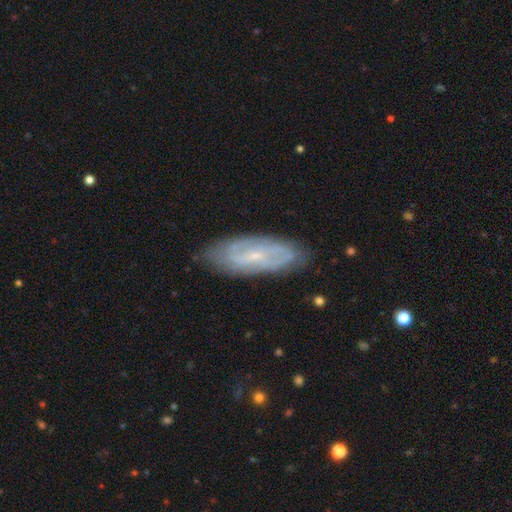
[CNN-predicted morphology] smooth-or-featured: featured or disk: 70% | smooth: 23% | star or artifact: 7%
  disk-edge-on: no: 85% | yes: 15%
    bar: weak: 43% (tied) | no: 43% (tied) | strong: 14%
    has-spiral-arms: yes: 80% | no: 20%
    bulge-size: small: 78% | moderate: 16% | none: 4% | large: 1% | dominant: 1%
  merging: none: 80% | minor disturbance: 16% | major disturbance: 3% | merger: 1%